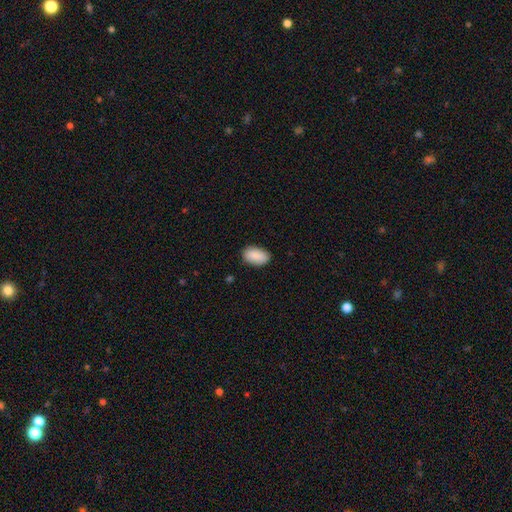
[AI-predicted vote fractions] Smooth or featured?
  - smooth: 90% *
  - star or artifact: 6%
  - featured or disk: 4%
How rounded?
  - in between: 94% *
  - round: 4%
  - cigar-shaped: 2%
Merging?
  - none: 85% *
  - minor disturbance: 11%
  - major disturbance: 2%
  - merger: 1%